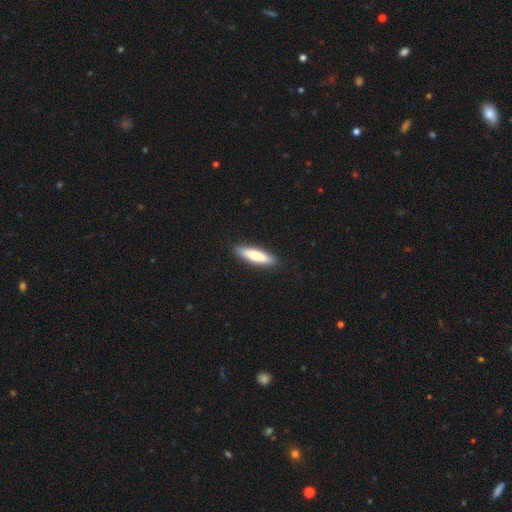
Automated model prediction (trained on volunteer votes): smooth 72%, featured or disk 23%, star or artifact 5%. Down the decision tree: how rounded — cigar-shaped (66%); merging — none (89%).